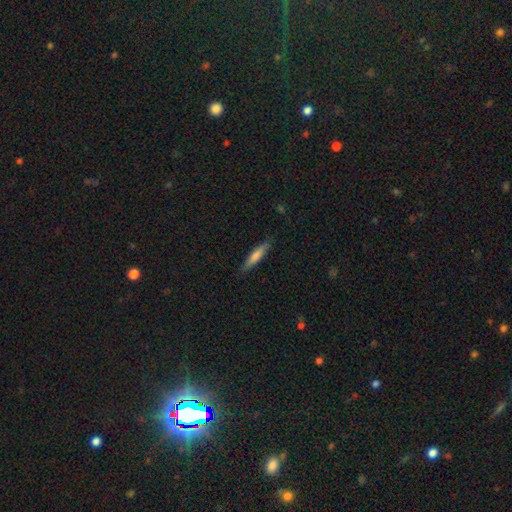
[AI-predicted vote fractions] Smooth or featured? smooth (63%)
How rounded? cigar-shaped (89%)
Merging? none (86%)